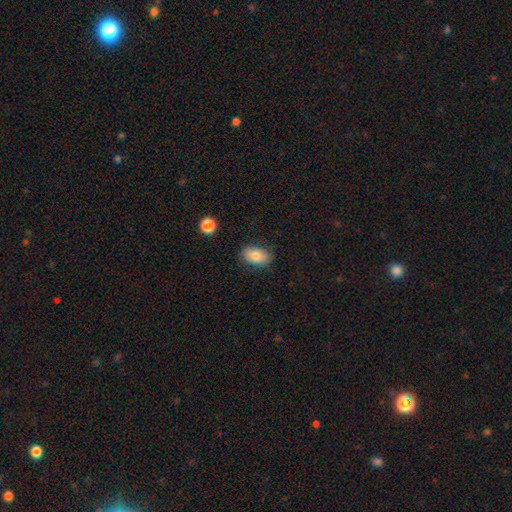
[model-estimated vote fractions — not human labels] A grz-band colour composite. It shows a smooth galaxy with no disk features (80%) that is in between round and cigar-shaped (90%). Merging: none (82%).